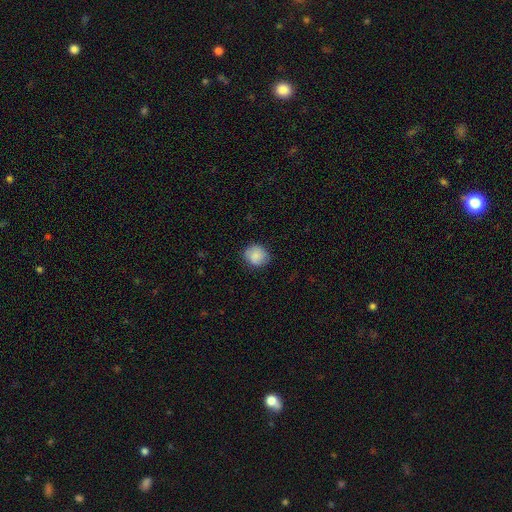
A smooth galaxy with no disk features (94%) that is round (74%). Merging: none (92%).